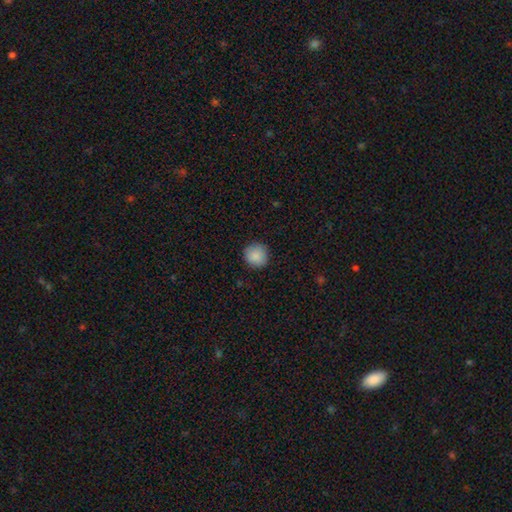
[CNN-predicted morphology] A smooth galaxy with no disk features (88%) that is round (94%). Merging: none (89%).